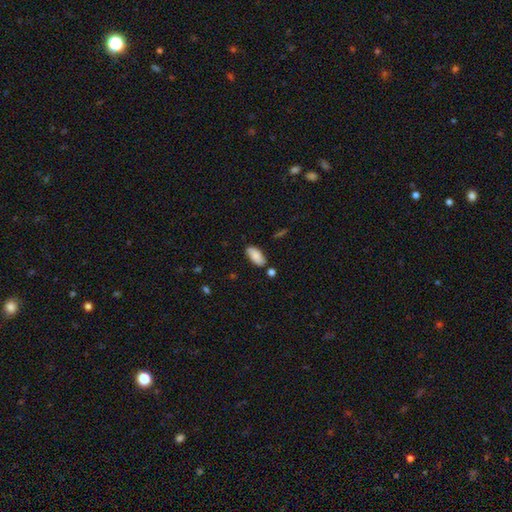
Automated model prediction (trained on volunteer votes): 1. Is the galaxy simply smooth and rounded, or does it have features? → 86% smooth, 8% featured or disk, 7% star or artifact.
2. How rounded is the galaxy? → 91% in between, 7% cigar-shaped, 2% round.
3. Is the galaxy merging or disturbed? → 80% none, 13% minor disturbance, 5% merger, 3% major disturbance.